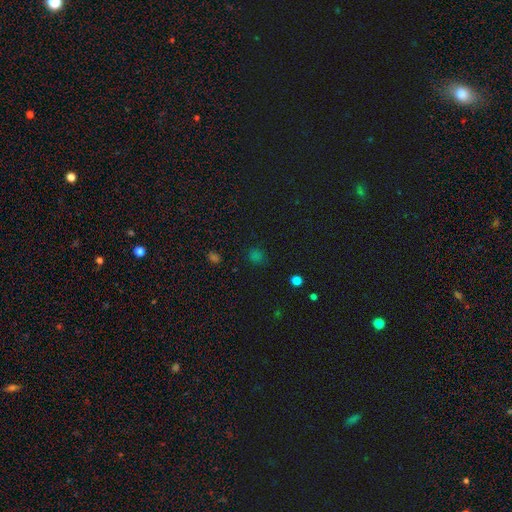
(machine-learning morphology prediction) A smooth galaxy with no disk features (58%) that is round (75%). Merging: none (83%).